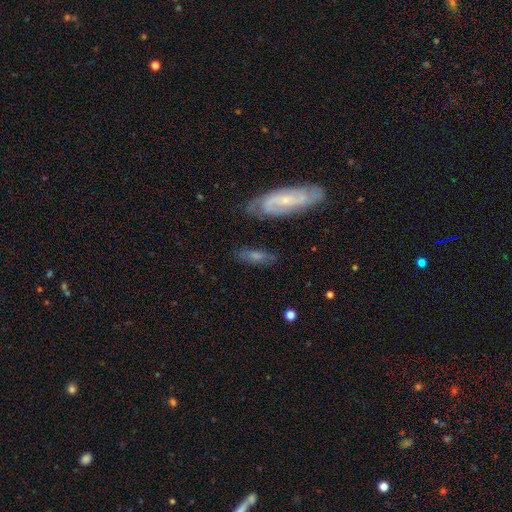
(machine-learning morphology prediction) featured or disk 55%, smooth 35%, star or artifact 11%. Down the decision tree: edge-on disk — no (75%); merging — none (68%).